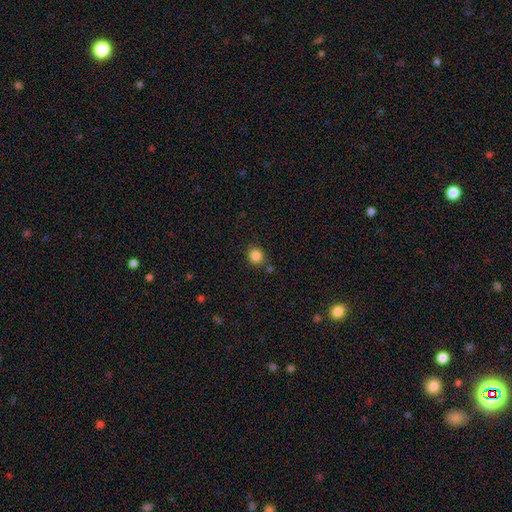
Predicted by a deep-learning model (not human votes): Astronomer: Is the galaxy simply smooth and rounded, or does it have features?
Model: smooth — 85%.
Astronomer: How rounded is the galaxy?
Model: round — 83%.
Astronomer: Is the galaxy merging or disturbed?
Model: none — 79%.